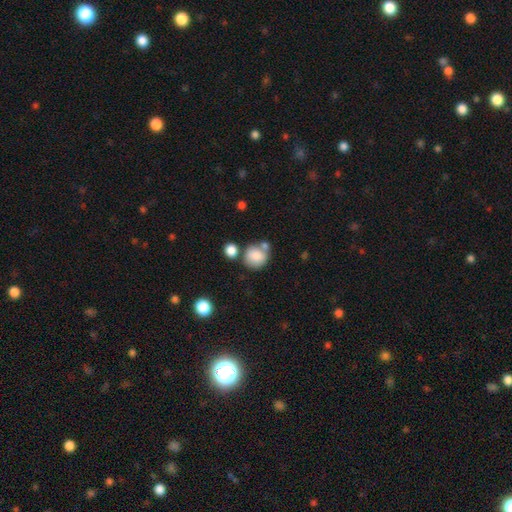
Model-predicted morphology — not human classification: The model was most divided on "merging": none: 55%, merger: 25%, minor disturbance: 15%, major disturbance: 5%. More confident: how rounded — round (84%); smooth or featured — smooth (81%).